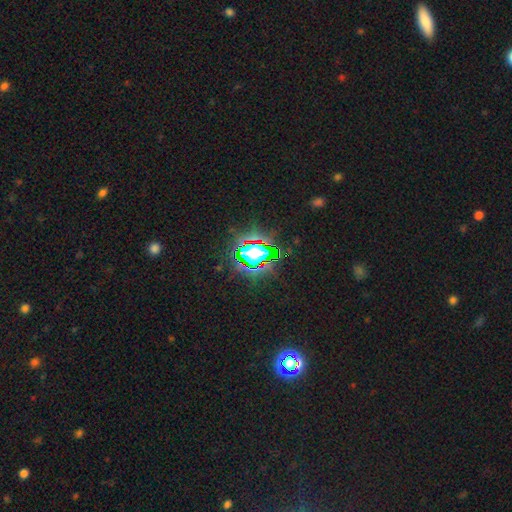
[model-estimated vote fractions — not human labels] Q: Smooth or featured?
A: star or artifact (76%); runner-up: smooth (15%)